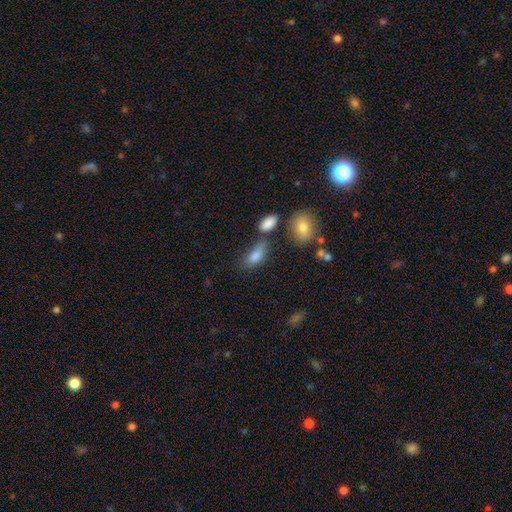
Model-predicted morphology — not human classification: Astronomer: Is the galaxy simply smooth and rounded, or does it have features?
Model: smooth — 80%.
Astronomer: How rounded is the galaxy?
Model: in between — 83%.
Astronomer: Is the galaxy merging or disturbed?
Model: none — 48%.